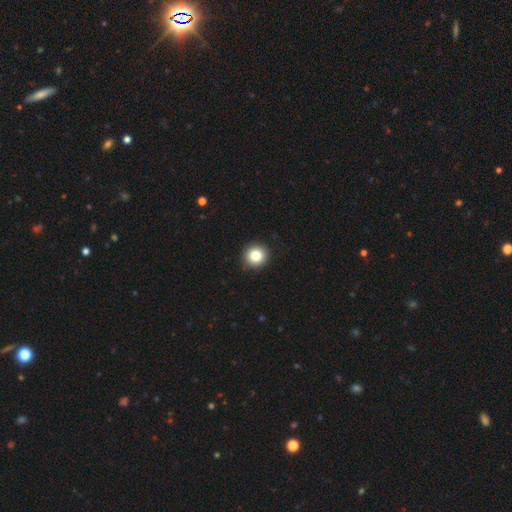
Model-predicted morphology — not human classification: Q: Smooth or featured?
A: smooth (84%); runner-up: star or artifact (10%)
Q: How rounded?
A: round (93%); runner-up: in between (6%)
Q: Merging?
A: none (91%); runner-up: minor disturbance (7%)